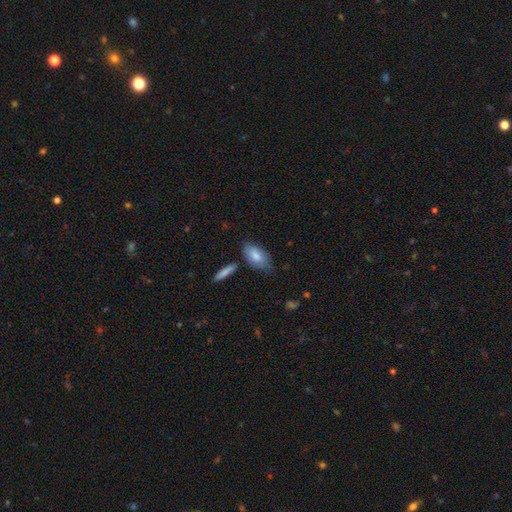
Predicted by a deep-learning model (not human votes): This appears to be a smooth galaxy with no disk features (80%) that is in between round and cigar-shaped (90%). Merging: none (64%).